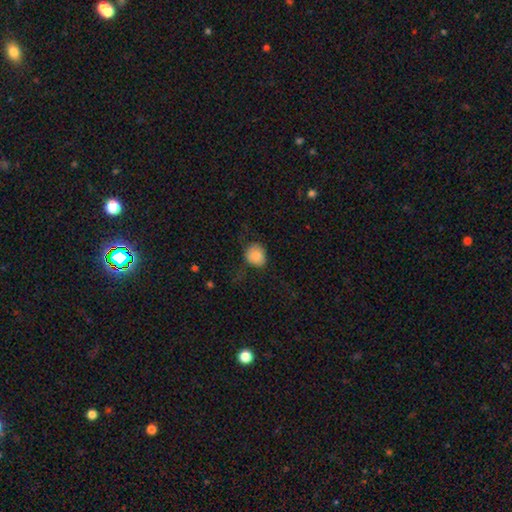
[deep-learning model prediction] smooth-or-featured: smooth: 85% | star or artifact: 9% | featured or disk: 7%
  how-rounded: round: 72% | in between: 27% | cigar-shaped: 1%
  merging: none: 60% | minor disturbance: 27% | major disturbance: 11% | merger: 2%